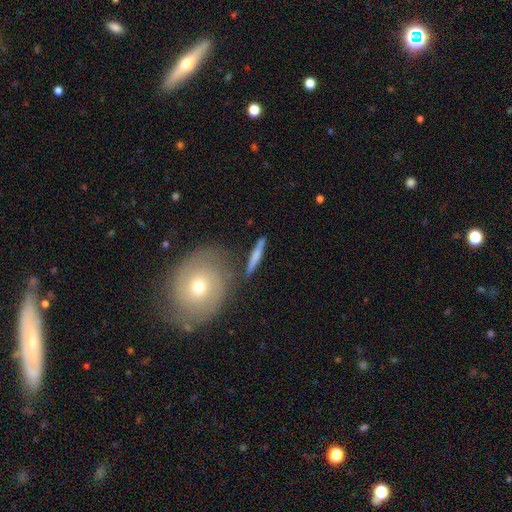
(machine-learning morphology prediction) Overall: smooth (60%; featured or disk 33%). How rounded: cigar-shaped (87%). Merging: none (77%).